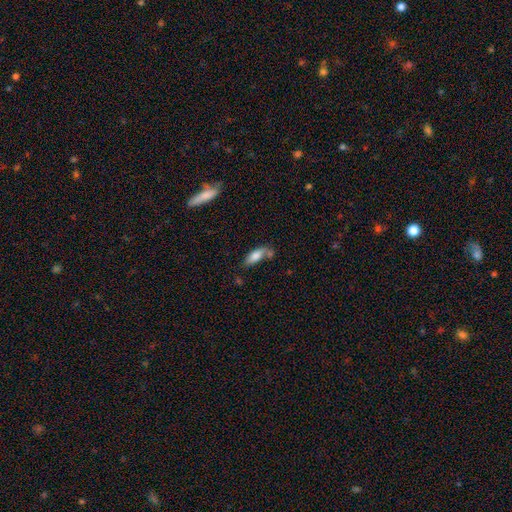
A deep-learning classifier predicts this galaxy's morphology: Q: Smooth or featured?
A: smooth (76%); runner-up: featured or disk (17%)
Q: How rounded?
A: in between (71%); runner-up: cigar-shaped (26%)
Q: Merging?
A: none (46%); runner-up: merger (23%)